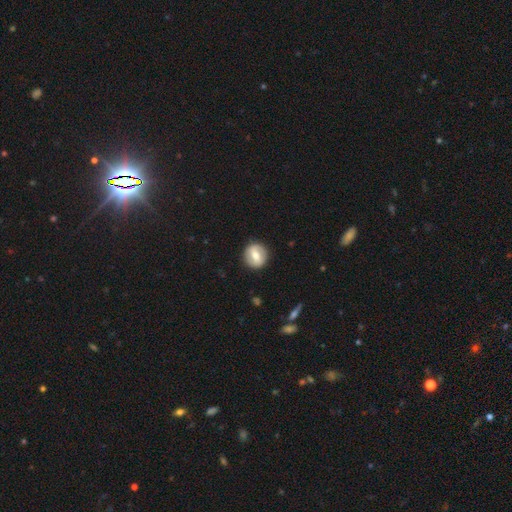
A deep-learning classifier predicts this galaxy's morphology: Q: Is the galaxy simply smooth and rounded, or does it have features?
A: smooth — 52%.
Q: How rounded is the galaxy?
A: round — 85%.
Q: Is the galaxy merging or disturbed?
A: none — 88%.